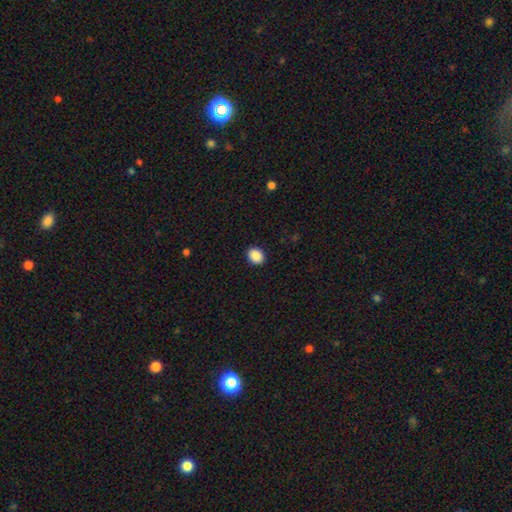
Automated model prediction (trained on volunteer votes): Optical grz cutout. It shows a smooth galaxy with no disk features (90%) that is in between round and cigar-shaped (55%). Merging: none (91%).